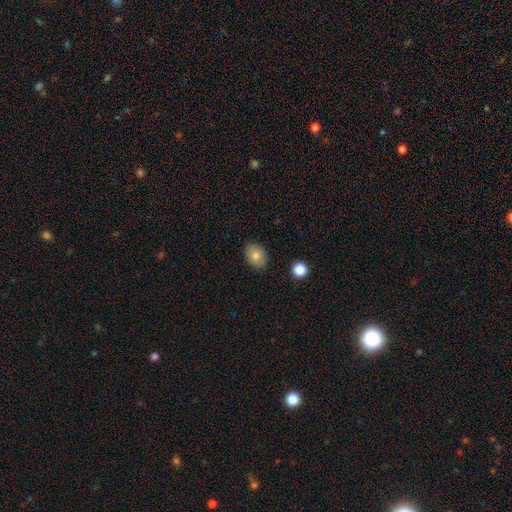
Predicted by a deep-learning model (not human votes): Q: Smooth or featured?
A: smooth (79%); runner-up: featured or disk (12%)
Q: How rounded?
A: in between (66%); runner-up: round (33%)
Q: Merging?
A: none (86%); runner-up: minor disturbance (11%)